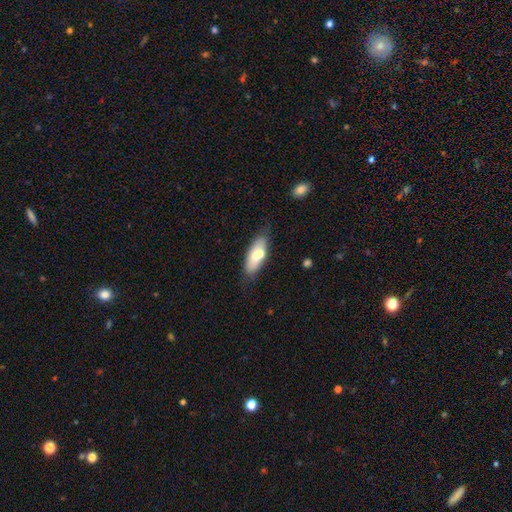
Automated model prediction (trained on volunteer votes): Smooth or featured? smooth (62%)
How rounded? in between (74%)
Merging? none (60%)